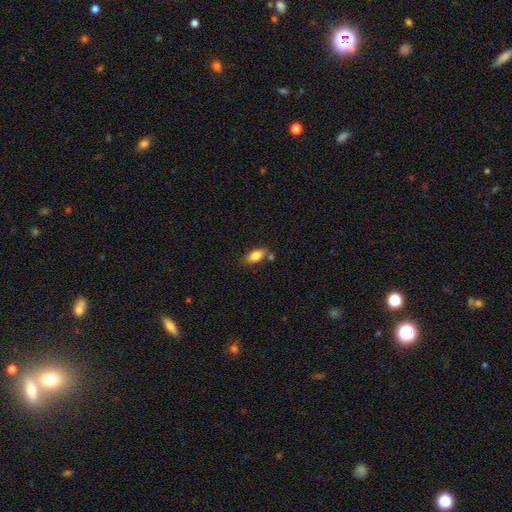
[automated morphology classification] smooth-or-featured: smooth: 80% | featured or disk: 13% | star or artifact: 7%
  how-rounded: in between: 88% | cigar-shaped: 8% | round: 4%
  merging: none: 68% | minor disturbance: 15% | merger: 13% | major disturbance: 4%